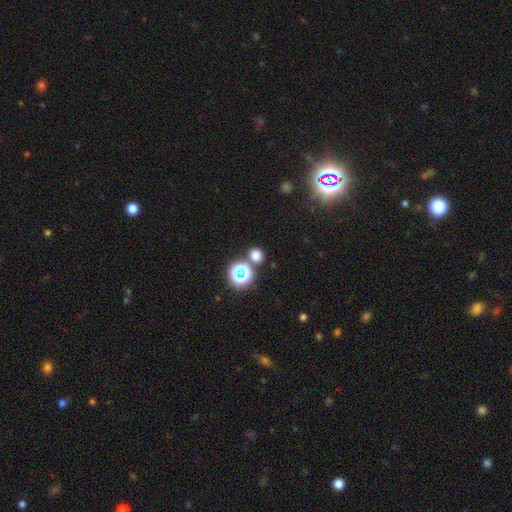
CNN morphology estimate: Q: Smooth or featured?
A: smooth (70%); runner-up: star or artifact (24%)
Q: How rounded?
A: round (84%); runner-up: in between (15%)
Q: Merging?
A: none (76%); runner-up: merger (13%)